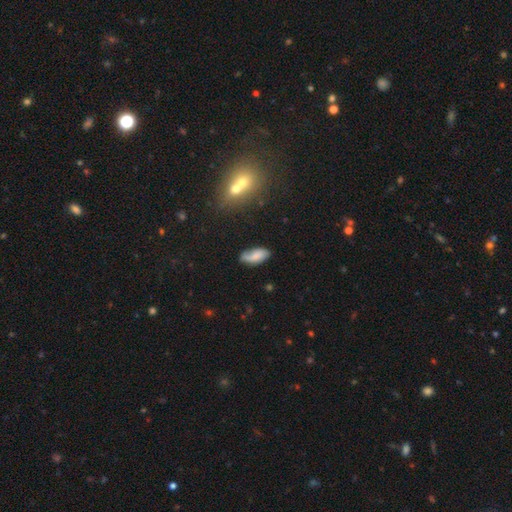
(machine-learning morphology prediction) Smooth or featured? smooth (62%)
How rounded? in between (89%)
Merging? none (63%)